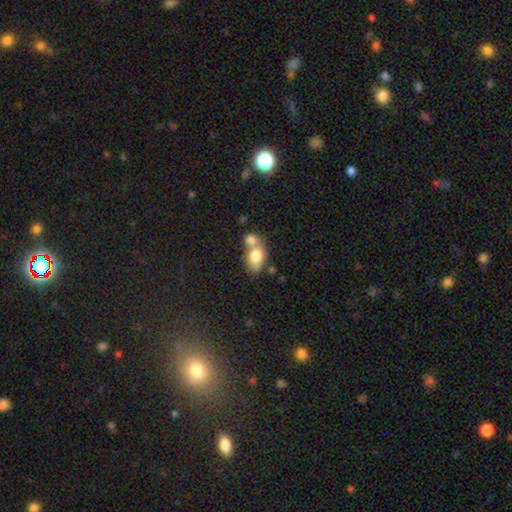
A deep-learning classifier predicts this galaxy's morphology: Overall: smooth (75%). How rounded: in between (75%). Merging: merger (59%; none 27%).